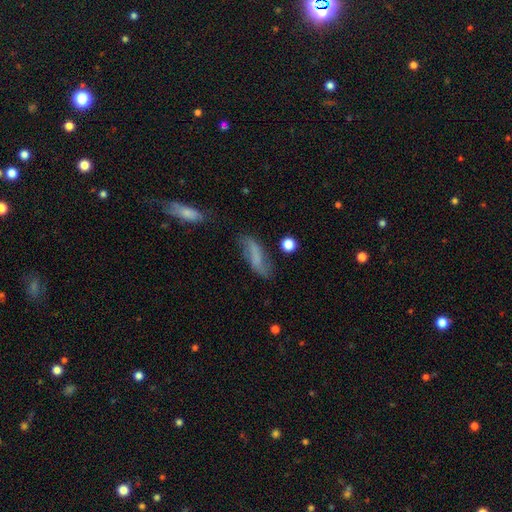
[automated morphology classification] Smooth or featured?
  - smooth: 48% *
  - featured or disk: 42%
  - star or artifact: 10%
Merging?
  - none: 61% *
  - minor disturbance: 24%
  - major disturbance: 10%
  - merger: 5%